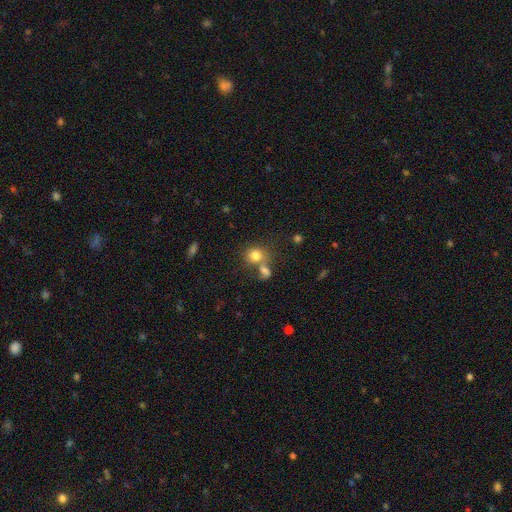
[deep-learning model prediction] smooth_or_featured: smooth (p=0.79) [alt: star or artifact p=0.11]
how_rounded: round (p=0.75) [alt: in between p=0.24]
merging: none (p=0.47) [alt: merger p=0.37]